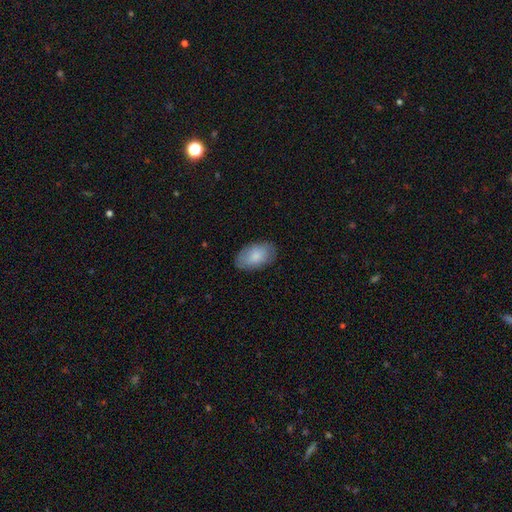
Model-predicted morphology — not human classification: Smooth or featured? Predicted: smooth (p=0.83). How rounded? Predicted: in between (p=0.93). Merging? Predicted: none (p=0.83).